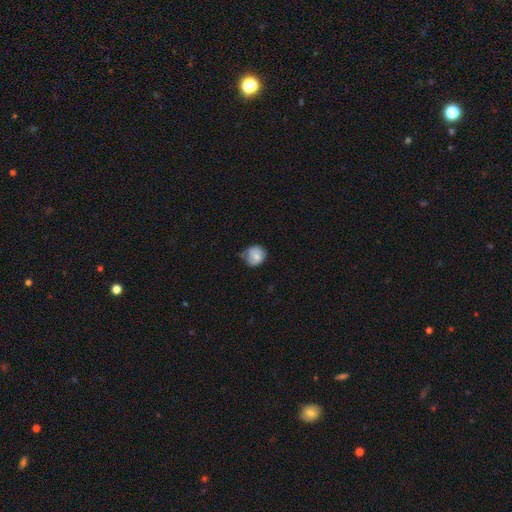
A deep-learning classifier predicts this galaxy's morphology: This is likely a smooth galaxy (68%). How rounded: likely round (80%). Merging: possibly none (50%).